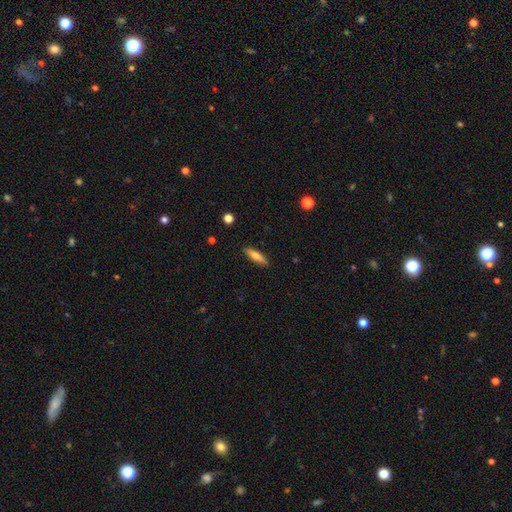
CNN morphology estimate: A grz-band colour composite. It shows a smooth galaxy with no disk features (72%) that is cigar-shaped (63%). Merging: none (89%).